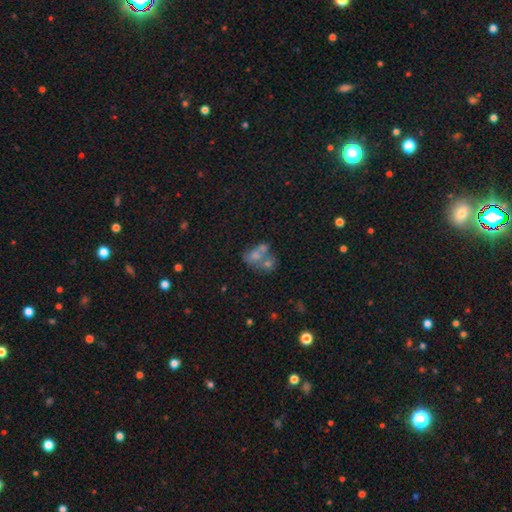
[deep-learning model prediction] Overall: smooth (48%; featured or disk 31%). Merging: merger (59%; none 24%).